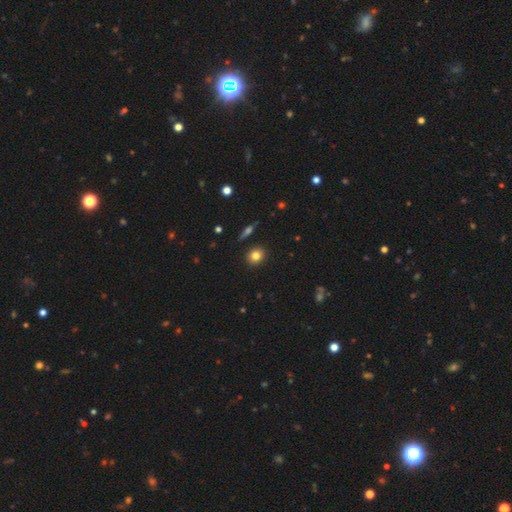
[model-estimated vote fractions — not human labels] Smooth or featured: smooth — 81% (star or artifact — 10%)
How rounded: round — 73% (in between — 25%)
Merging: none — 89% (minor disturbance — 7%)